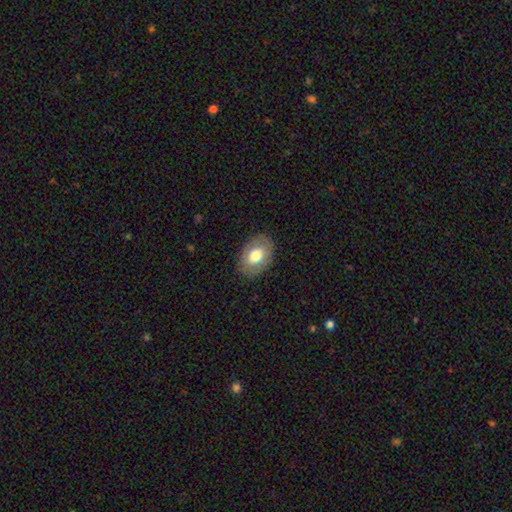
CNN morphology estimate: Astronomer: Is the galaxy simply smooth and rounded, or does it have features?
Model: smooth — 71%.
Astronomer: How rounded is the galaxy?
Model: in between — 82%.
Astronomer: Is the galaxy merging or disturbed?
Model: none — 86%.